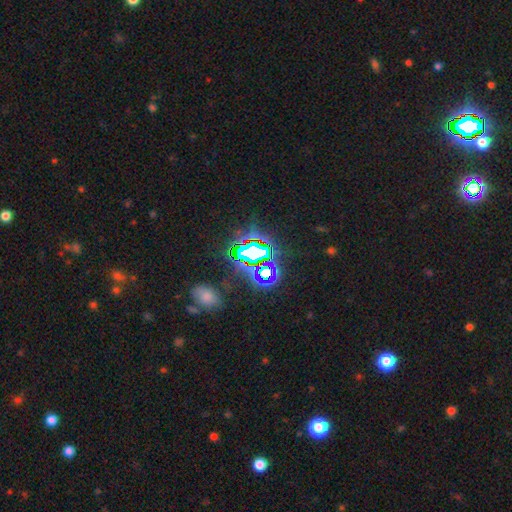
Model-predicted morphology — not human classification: This appears to be a star or artifact, not a galaxy (79%).